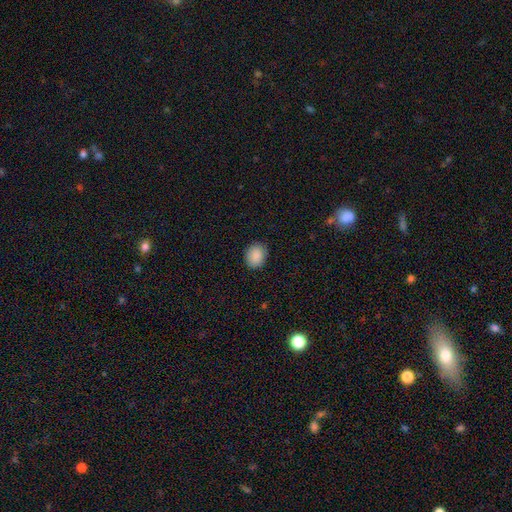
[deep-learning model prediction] Smooth or featured: smooth — 89% (star or artifact — 7%)
How rounded: round — 54% (in between — 45%)
Merging: none — 86% (minor disturbance — 11%)